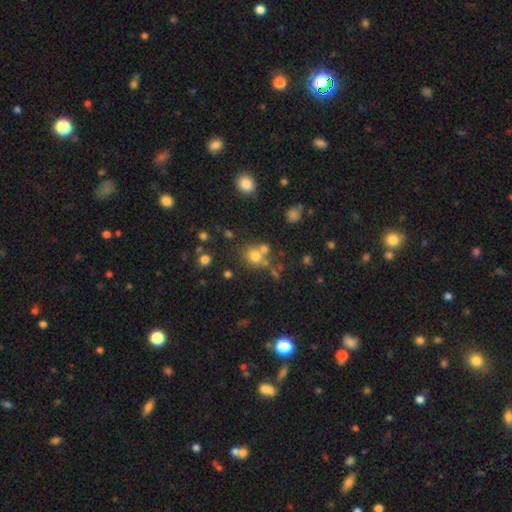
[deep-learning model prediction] Smooth or featured? Predicted: smooth (p=0.71). How rounded? Predicted: round (p=0.80). Merging? Predicted: none (p=0.52).